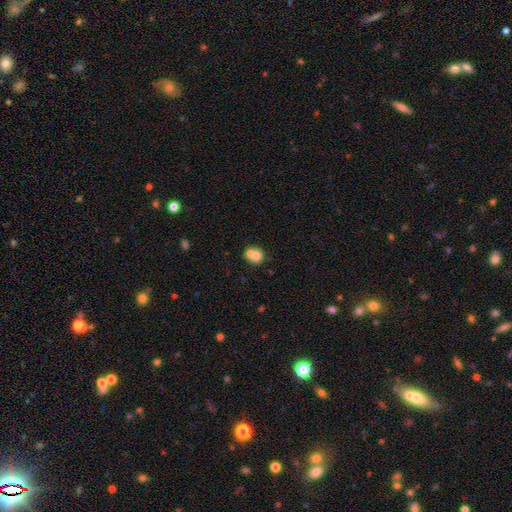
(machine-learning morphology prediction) The model was most divided on "merging": merger: 51%, none: 40%, minor disturbance: 7%, major disturbance: 3%. More confident: how rounded — round (83%); smooth or featured — smooth (73%).